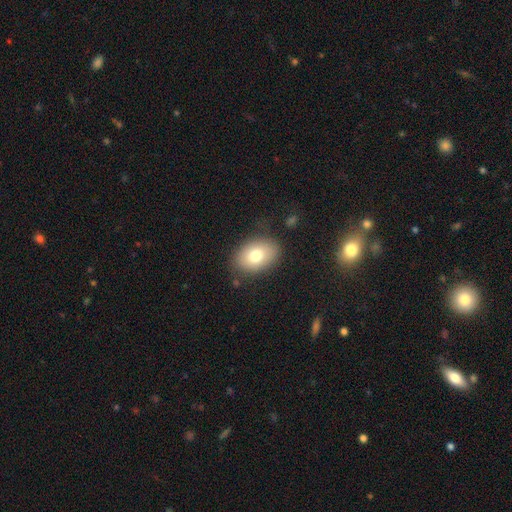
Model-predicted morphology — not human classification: Smooth or featured: smooth — 76% (featured or disk — 16%)
How rounded: in between — 83% (round — 16%)
Merging: none — 81% (minor disturbance — 13%)